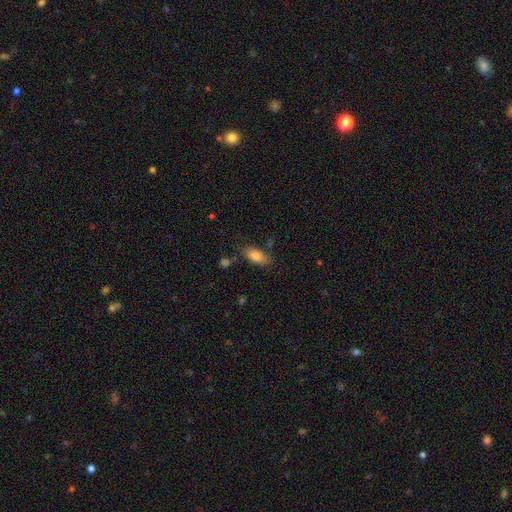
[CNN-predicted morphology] A smooth galaxy with no disk features (82%) that is in between round and cigar-shaped (84%). Merging: none (75%).